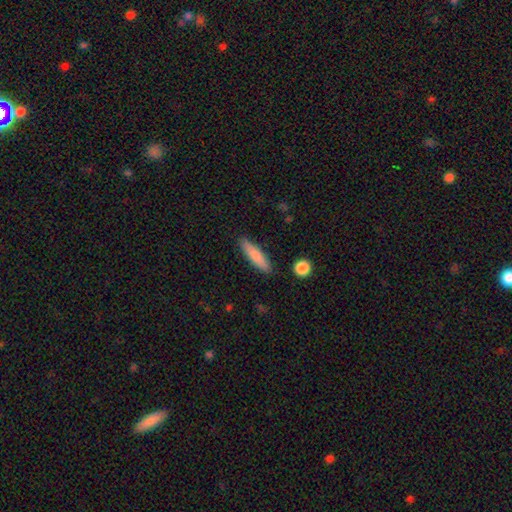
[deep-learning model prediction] A smooth galaxy with no disk features (80%) that is cigar-shaped (80%).

Vote fractions:
- Smooth or featured? smooth: 80% / featured or disk: 14% / star or artifact: 6%
- How rounded? cigar-shaped: 80% / in between: 19% / round: 2%
- Merging? none: 87% / minor disturbance: 9% / major disturbance: 2% / merger: 2%